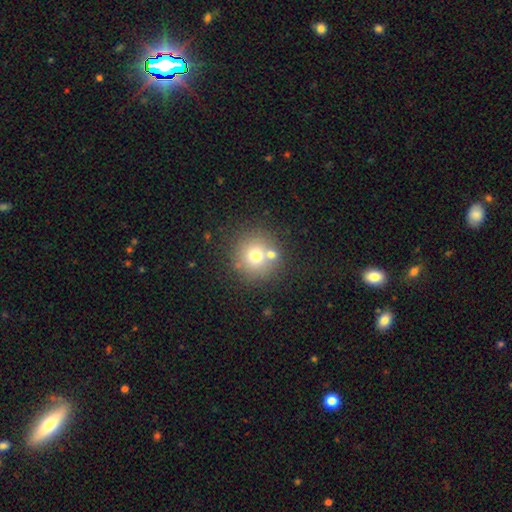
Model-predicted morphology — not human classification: A smooth galaxy with no disk features (69%) that is round (93%). Merging: none (67%).